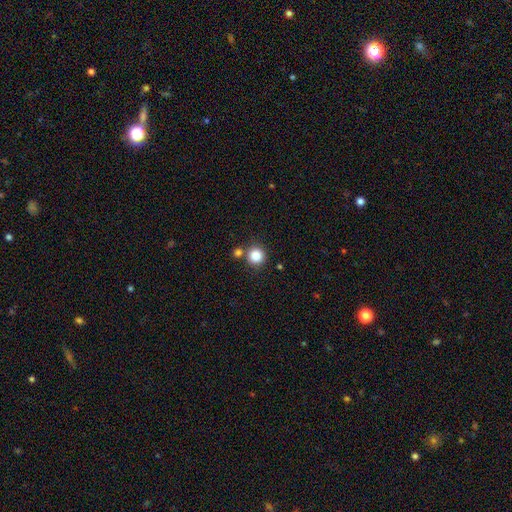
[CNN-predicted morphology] Smooth or featured? Predicted: smooth (p=0.85). How rounded? Predicted: round (p=0.93). Merging? Predicted: none (p=0.74).